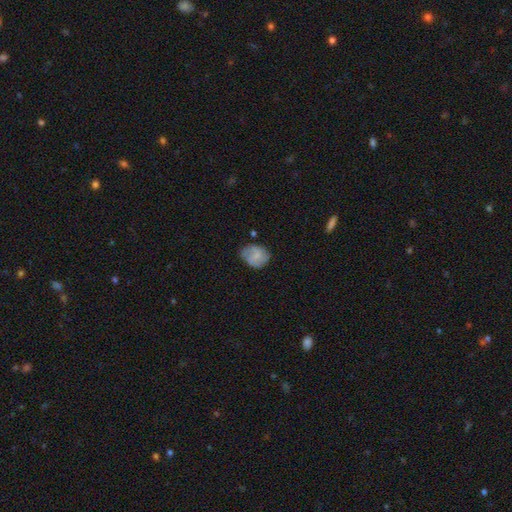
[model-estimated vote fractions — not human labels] Smooth or featured: smooth — 57% (featured or disk — 35%)
How rounded: in between — 53% (round — 46%)
Merging: none — 63% (minor disturbance — 27%)